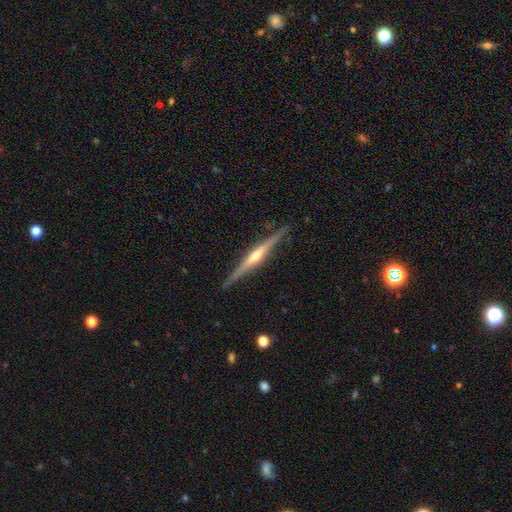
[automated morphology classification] The model was most divided on "smooth or featured": featured or disk: 80%, smooth: 15%, star or artifact: 5%. More confident: edge-on disk — yes (98%); merging — none (88%); edge-on bulge — rounded (83%).